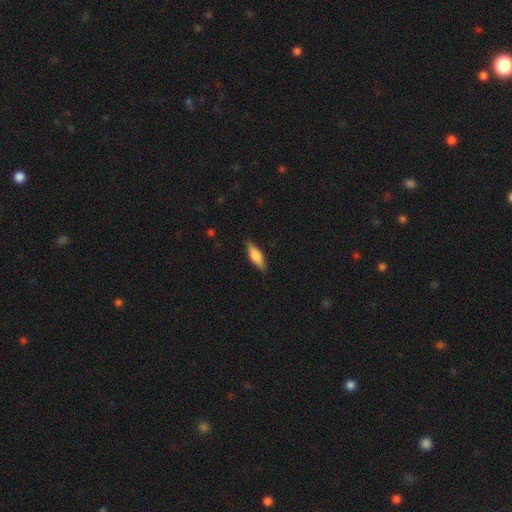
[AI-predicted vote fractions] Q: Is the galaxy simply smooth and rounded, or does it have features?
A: smooth — 66%.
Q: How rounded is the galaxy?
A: in between — 56%.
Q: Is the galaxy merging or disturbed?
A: none — 86%.